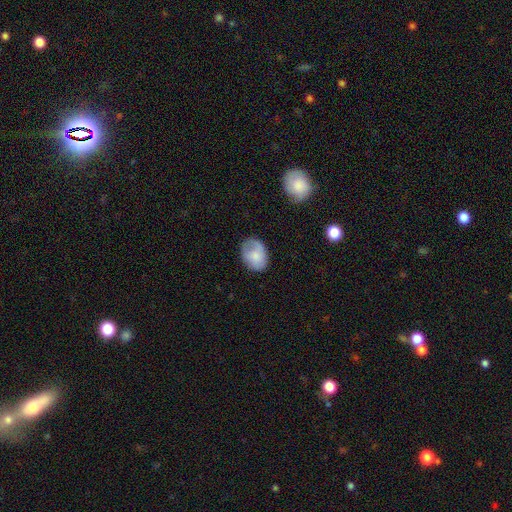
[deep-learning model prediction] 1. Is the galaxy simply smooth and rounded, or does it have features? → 75% smooth, 18% featured or disk, 8% star or artifact.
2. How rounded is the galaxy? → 71% in between, 28% round, 1% cigar-shaped.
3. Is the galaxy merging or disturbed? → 62% none, 27% minor disturbance, 10% major disturbance, 2% merger.